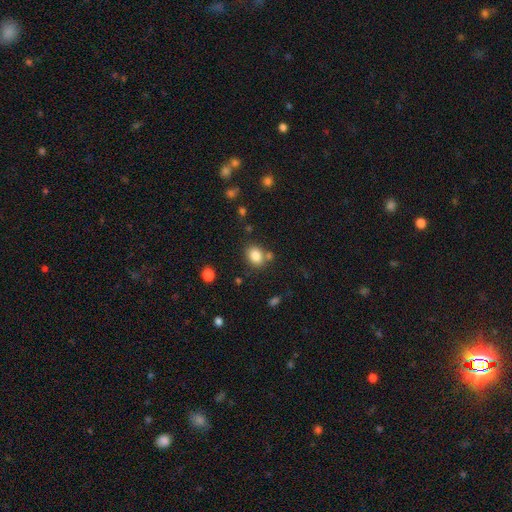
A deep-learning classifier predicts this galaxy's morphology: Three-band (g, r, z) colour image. It shows a smooth galaxy with no disk features (84%) that is in between round and cigar-shaped (52%). Merging: none (69%).